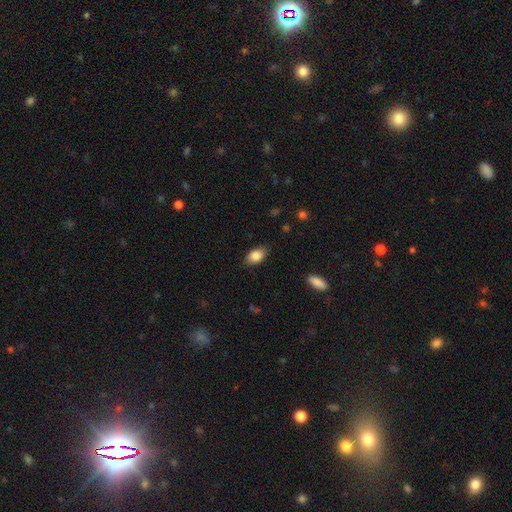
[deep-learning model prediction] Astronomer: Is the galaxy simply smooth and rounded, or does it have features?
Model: smooth — 86%.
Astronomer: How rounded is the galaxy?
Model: in between — 90%.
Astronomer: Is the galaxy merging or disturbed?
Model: none — 83%.